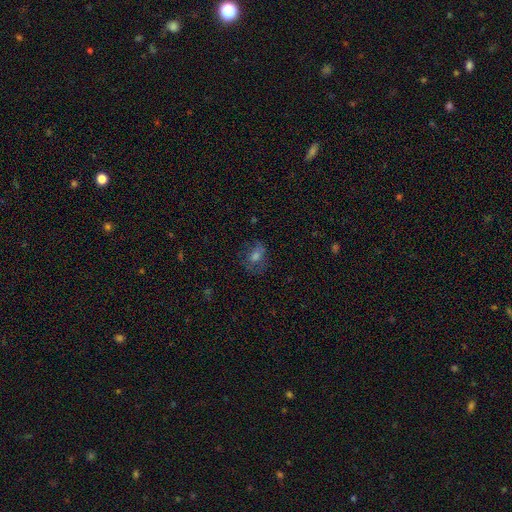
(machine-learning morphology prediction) The model was most divided on "how rounded": in between: 59%, round: 39%, cigar-shaped: 2%. More confident: merging — none (62%); smooth or featured — smooth (52%).